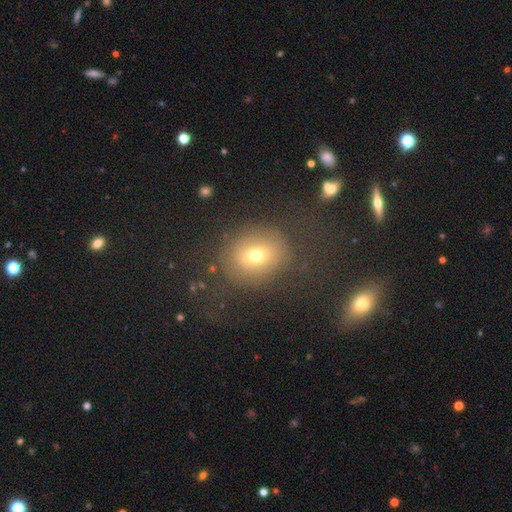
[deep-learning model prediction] Q: Smooth or featured?
A: smooth (65%); runner-up: featured or disk (20%)
Q: How rounded?
A: round (64%); runner-up: in between (35%)
Q: Merging?
A: none (64%); runner-up: major disturbance (19%)